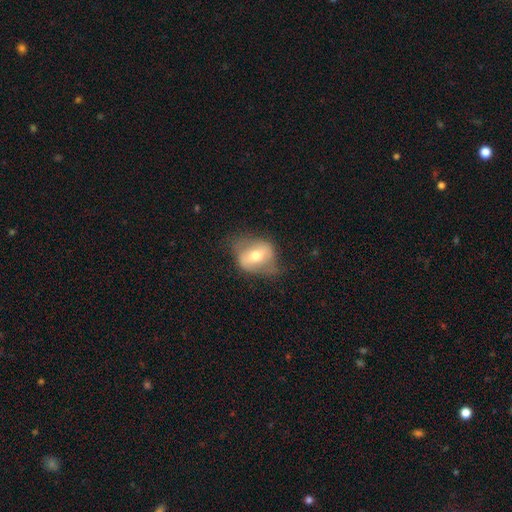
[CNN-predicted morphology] featured or disk 50%, smooth 43%, star or artifact 7%. Down the decision tree: edge-on disk — no (89%); merging — none (56%).